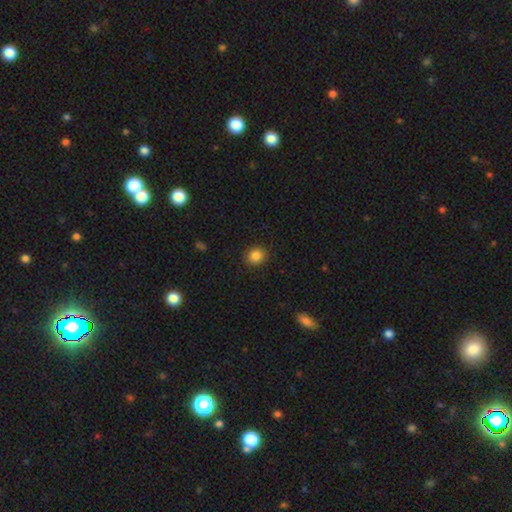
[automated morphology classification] The model was most divided on "how rounded": round: 80%, in between: 19%, cigar-shaped: 1%. More confident: merging — none (91%); smooth or featured — smooth (85%).